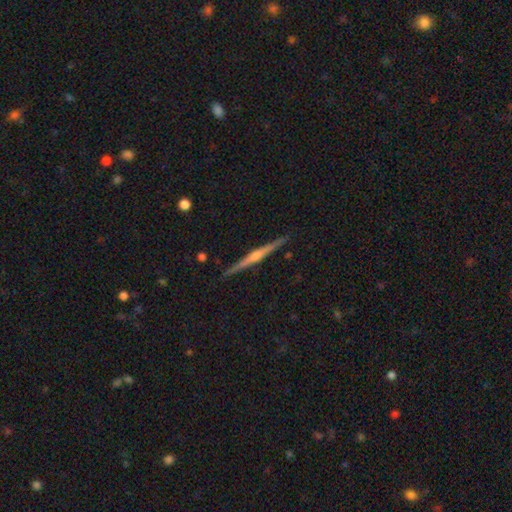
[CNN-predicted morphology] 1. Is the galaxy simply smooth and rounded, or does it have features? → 79% featured or disk, 15% smooth, 6% star or artifact.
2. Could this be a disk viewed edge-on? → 98% yes, 2% no.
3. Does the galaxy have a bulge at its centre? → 74% rounded, 14% none, 12% boxy.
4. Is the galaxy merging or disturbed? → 91% none, 6% minor disturbance, 1% major disturbance, 1% merger.